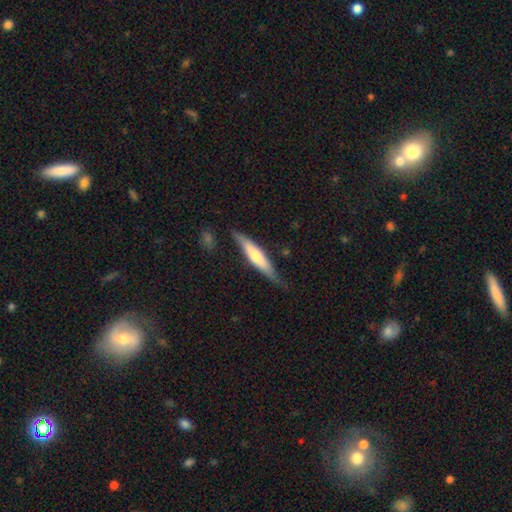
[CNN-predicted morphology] smooth-or-featured: smooth: 51% | featured or disk: 44% | star or artifact: 5%
  how-rounded: cigar-shaped: 85% | in between: 13% | round: 1%
  merging: none: 74% | minor disturbance: 20% | major disturbance: 4% | merger: 2%